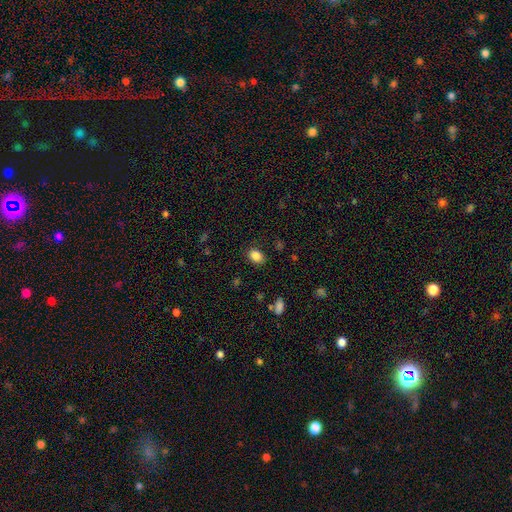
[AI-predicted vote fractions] Smooth or featured?
  - smooth: 86% *
  - star or artifact: 10%
  - featured or disk: 4%
How rounded?
  - in between: 67% *
  - round: 32%
  - cigar-shaped: 1%
Merging?
  - none: 83% *
  - minor disturbance: 12%
  - major disturbance: 4%
  - merger: 1%